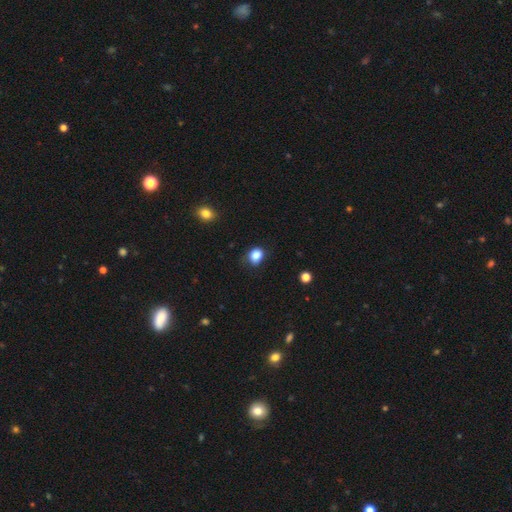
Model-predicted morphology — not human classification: Q: Smooth or featured?
A: smooth (85%); runner-up: star or artifact (10%)
Q: How rounded?
A: round (51%); runner-up: in between (48%)
Q: Merging?
A: none (70%); runner-up: minor disturbance (23%)